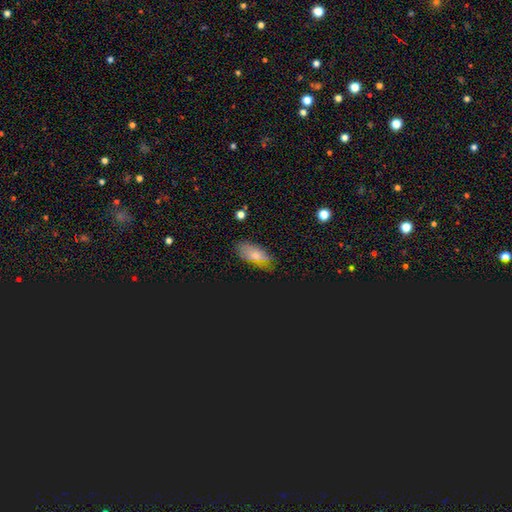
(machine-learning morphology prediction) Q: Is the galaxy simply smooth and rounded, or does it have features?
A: smooth — 62%.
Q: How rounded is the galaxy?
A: in between — 85%.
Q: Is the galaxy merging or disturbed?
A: none — 72%.